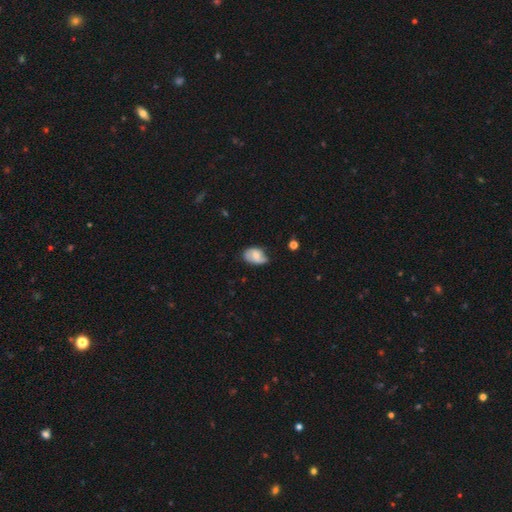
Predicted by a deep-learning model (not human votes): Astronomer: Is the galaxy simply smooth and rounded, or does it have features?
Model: smooth — 61%.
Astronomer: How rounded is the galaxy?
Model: in between — 84%.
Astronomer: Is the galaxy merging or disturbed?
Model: none — 50% (runner-up: minor disturbance, 39%).